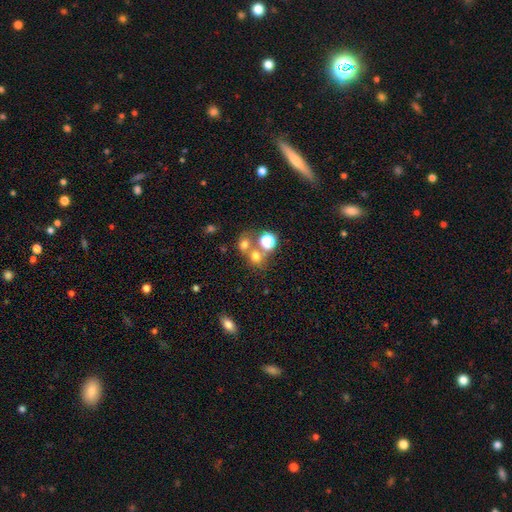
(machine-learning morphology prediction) This is likely a smooth galaxy (65%). How rounded: likely round (74%). Merging: possibly none (49%).